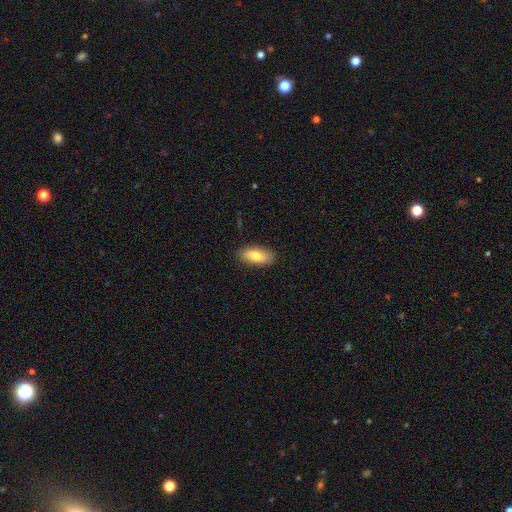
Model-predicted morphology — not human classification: Smooth or featured? smooth (76%)
How rounded? in between (85%)
Merging? none (87%)